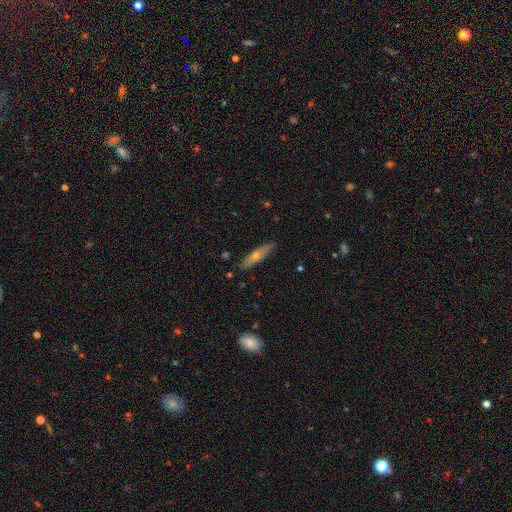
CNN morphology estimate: smooth 47%, featured or disk 46%, star or artifact 8%. Down the decision tree: merging — none (88%).